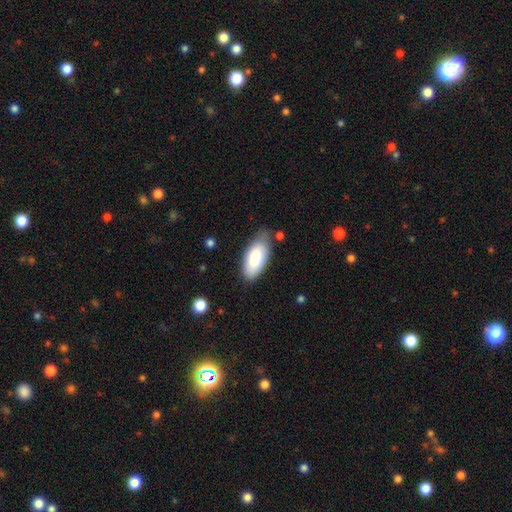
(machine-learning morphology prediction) smooth-or-featured: smooth: 82% | featured or disk: 12% | star or artifact: 6%
  how-rounded: in between: 89% | cigar-shaped: 10% | round: 2%
  merging: none: 68% | minor disturbance: 24% | major disturbance: 5% | merger: 3%